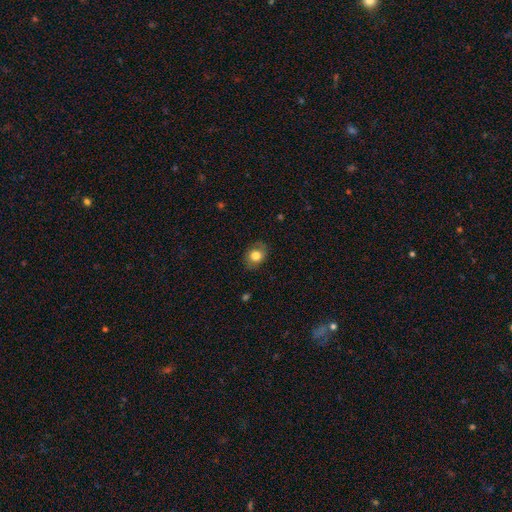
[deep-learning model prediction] Smooth or featured: smooth — 78% (featured or disk — 13%)
How rounded: in between — 53% (round — 46%)
Merging: none — 79% (minor disturbance — 16%)